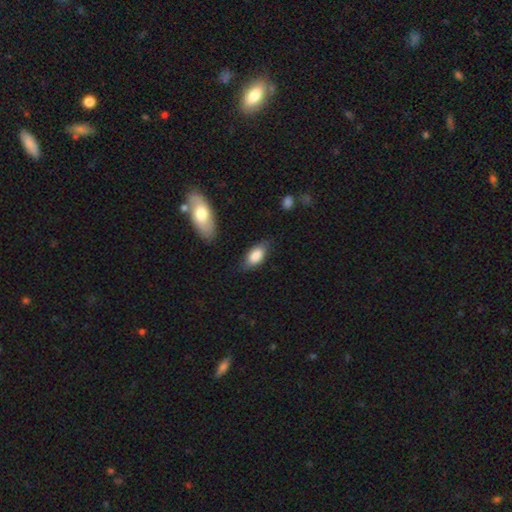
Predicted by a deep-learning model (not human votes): A smooth galaxy with no disk features (81%) that is in between round and cigar-shaped (90%).

Vote fractions:
- Smooth or featured? smooth: 81% / featured or disk: 13% / star or artifact: 6%
- How rounded? in between: 90% / cigar-shaped: 7% / round: 3%
- Merging? none: 68% / minor disturbance: 24% / major disturbance: 5% / merger: 3%